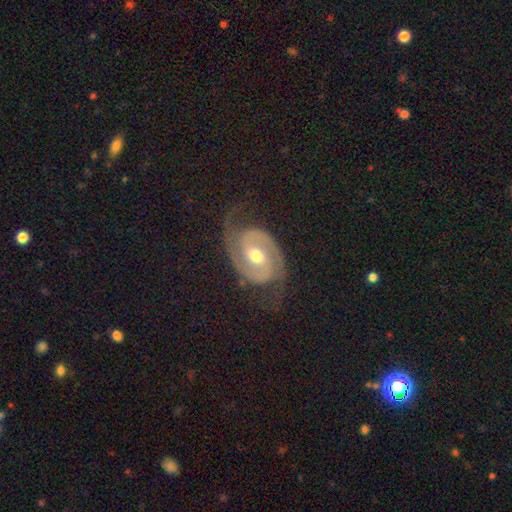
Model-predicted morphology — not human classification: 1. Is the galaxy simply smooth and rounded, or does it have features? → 90% featured or disk, 5% smooth, 5% star or artifact.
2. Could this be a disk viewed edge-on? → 97% no, 3% yes.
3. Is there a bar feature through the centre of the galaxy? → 45% no, 38% weak, 17% strong.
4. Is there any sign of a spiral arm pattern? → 97% yes, 3% no.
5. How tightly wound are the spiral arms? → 48% medium, 32% tight, 20% loose.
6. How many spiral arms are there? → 93% 2, 2% can't tell, 1% 1, 1% 3, 1% 4, 1% more than 4.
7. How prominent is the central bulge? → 74% moderate, 18% small, 6% large, 1% none, 1% dominant.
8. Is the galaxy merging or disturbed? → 74% none, 15% minor disturbance, 10% major disturbance, 1% merger.